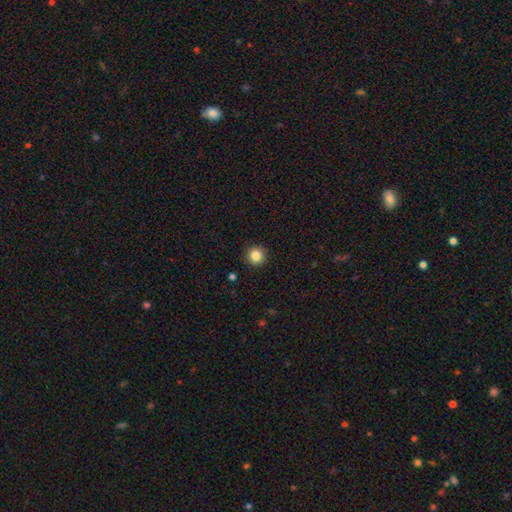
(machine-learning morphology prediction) smooth_or_featured: smooth (p=0.85) [alt: star or artifact p=0.11]
how_rounded: round (p=0.94) [alt: in between p=0.05]
merging: none (p=0.92) [alt: minor disturbance p=0.05]